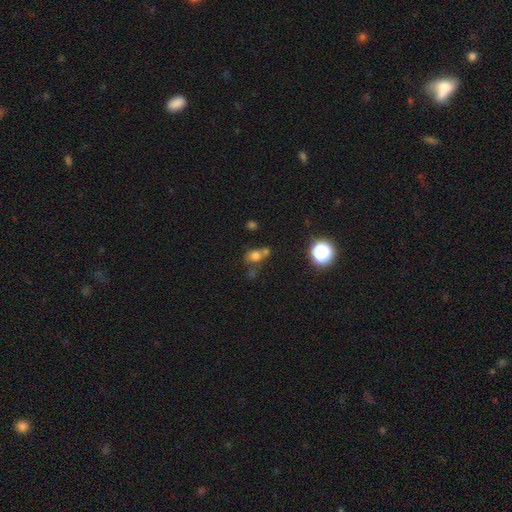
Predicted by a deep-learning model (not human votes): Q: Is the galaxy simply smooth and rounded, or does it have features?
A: smooth — 69%.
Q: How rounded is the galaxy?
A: round — 56%.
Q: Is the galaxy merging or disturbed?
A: none — 43%.